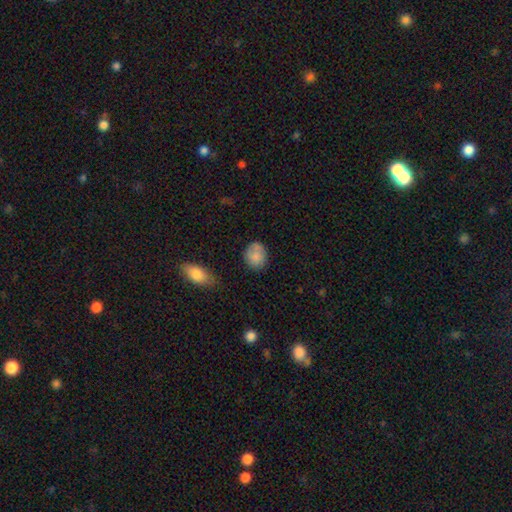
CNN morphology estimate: smooth-or-featured: smooth: 81% | featured or disk: 11% | star or artifact: 7%
  how-rounded: round: 68% | in between: 31% | cigar-shaped: 1%
  merging: none: 70% | minor disturbance: 22% | major disturbance: 5% | merger: 4%